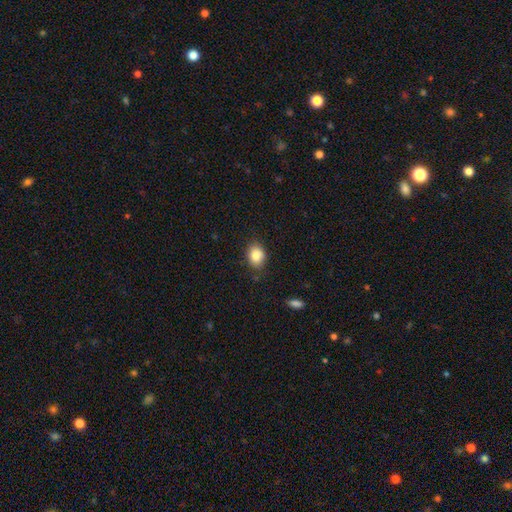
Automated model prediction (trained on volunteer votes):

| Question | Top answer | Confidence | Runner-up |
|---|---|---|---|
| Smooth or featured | smooth | 84% | star or artifact (9%) |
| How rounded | in between | 61% | round (38%) |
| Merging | none | 82% | minor disturbance (14%) |